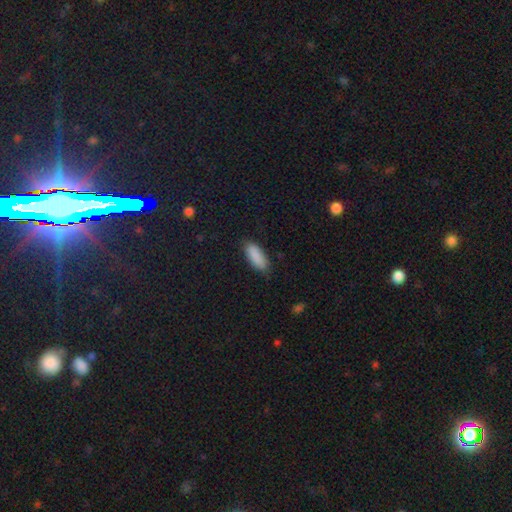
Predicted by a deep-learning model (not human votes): Smooth or featured? smooth (89%)
How rounded? in between (74%)
Merging? none (81%)